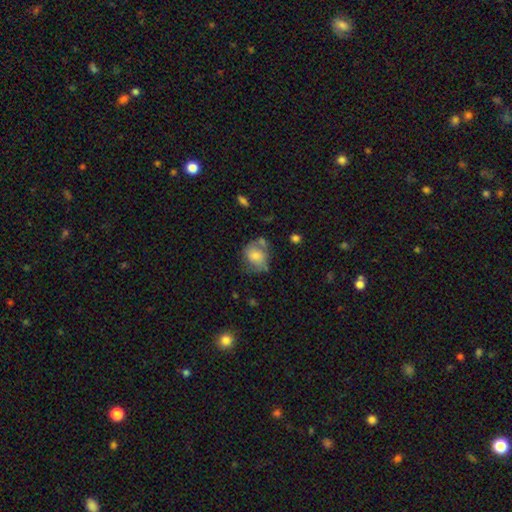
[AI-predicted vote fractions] smooth 63%, featured or disk 29%, star or artifact 9%. Down the decision tree: how rounded — round (59%); merging — none (45%).